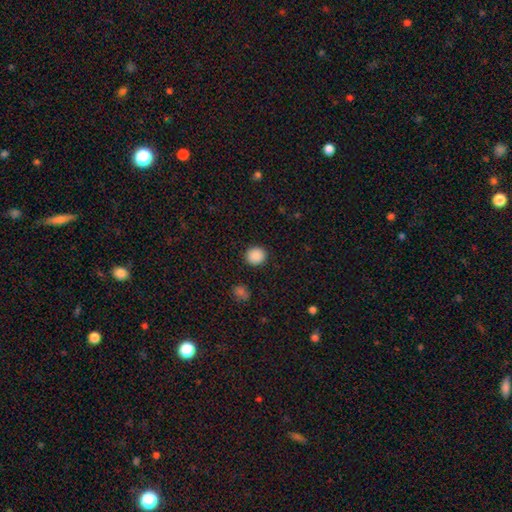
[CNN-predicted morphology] A smooth galaxy with no disk features (89%) that is round (89%).

Vote fractions:
- Smooth or featured? smooth: 89% / star or artifact: 9% / featured or disk: 2%
- How rounded? round: 89% / in between: 10% / cigar-shaped: 1%
- Merging? none: 91% / minor disturbance: 5% / major disturbance: 2% / merger: 1%